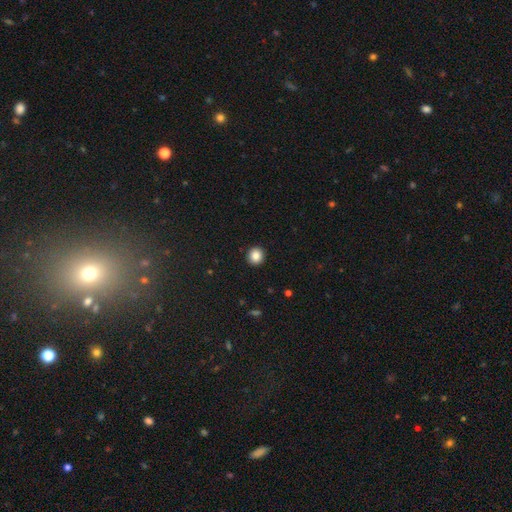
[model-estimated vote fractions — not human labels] This appears to be a smooth galaxy with no disk features (86%) that is round (91%). Merging: none (93%).